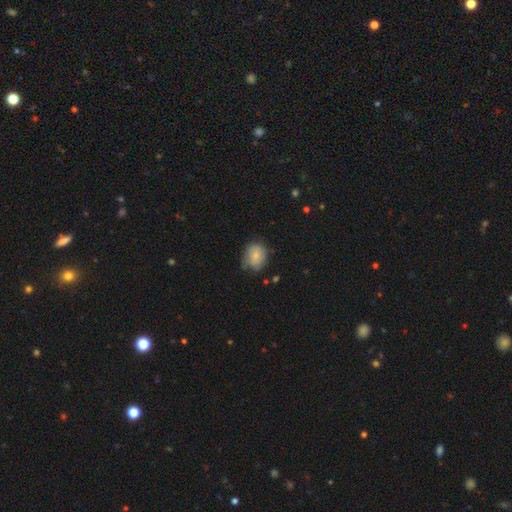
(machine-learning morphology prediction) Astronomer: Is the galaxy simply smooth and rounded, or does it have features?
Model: smooth — 74%.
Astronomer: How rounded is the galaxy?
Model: round — 57% (runner-up: in between, 42%).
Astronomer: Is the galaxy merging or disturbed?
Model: none — 58%.